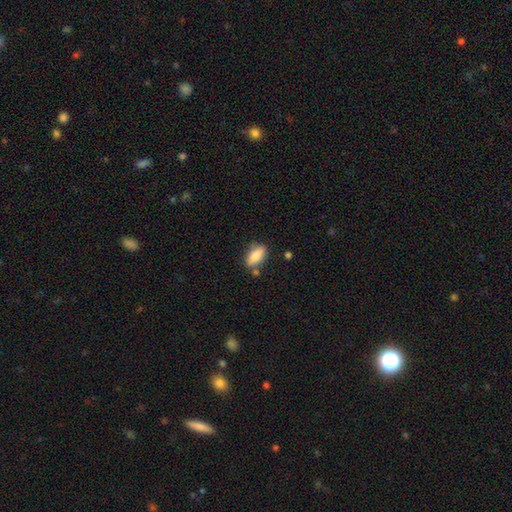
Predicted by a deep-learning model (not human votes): smooth 83%, featured or disk 10%, star or artifact 7%. Down the decision tree: how rounded — in between (86%); merging — none (74%).